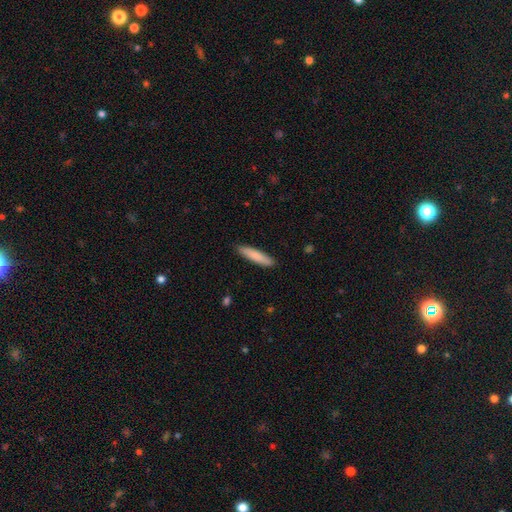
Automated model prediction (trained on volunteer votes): This appears to be a smooth galaxy with no disk features (84%) that is cigar-shaped (85%). Merging: none (89%).